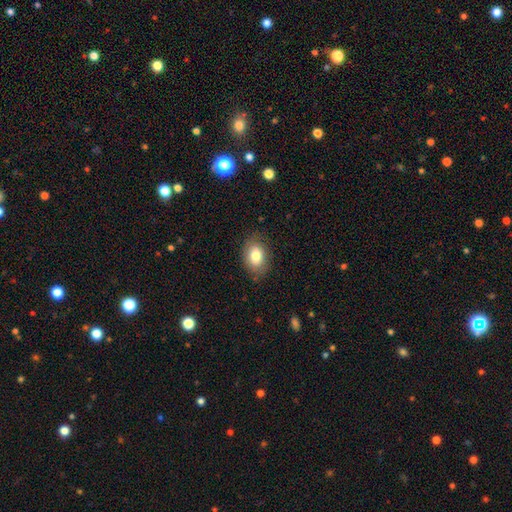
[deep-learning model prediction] Smooth or featured? Predicted: smooth (p=0.79). How rounded? Predicted: in between (p=0.78). Merging? Predicted: none (p=0.81).